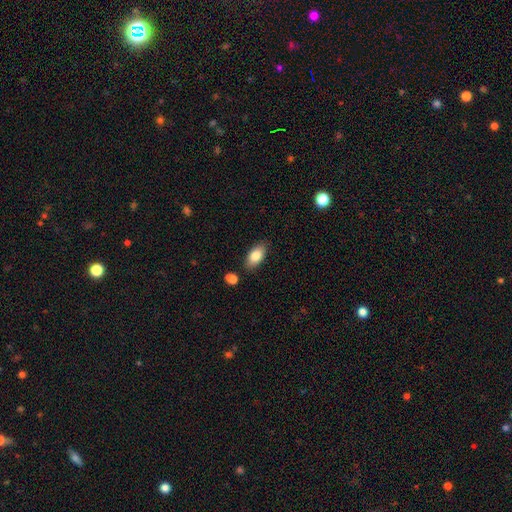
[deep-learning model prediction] A smooth galaxy with no disk features (83%) that is in between round and cigar-shaped (91%). Merging: none (83%).